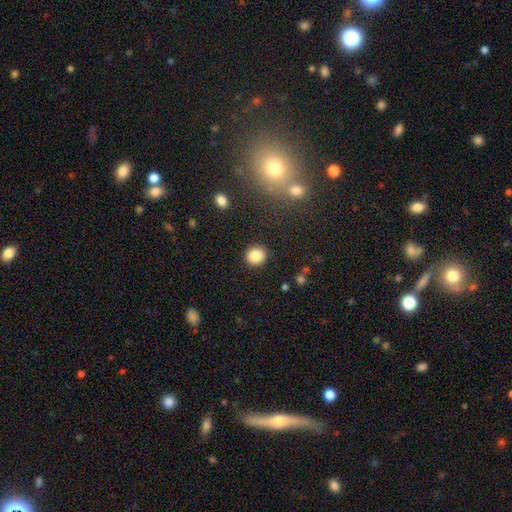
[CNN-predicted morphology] smooth_or_featured: smooth (p=0.86) [alt: star or artifact p=0.10]
how_rounded: round (p=0.85) [alt: in between p=0.14]
merging: none (p=0.91) [alt: minor disturbance p=0.06]